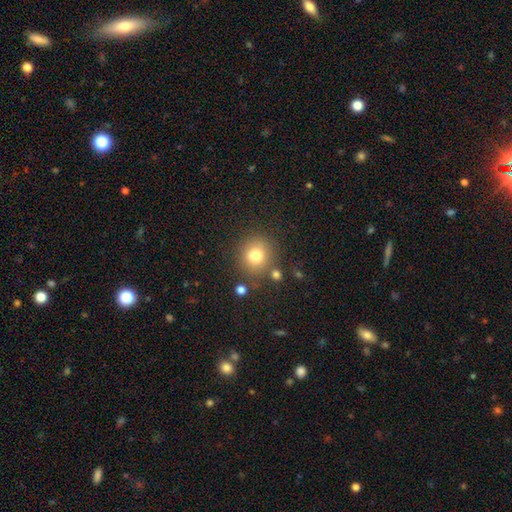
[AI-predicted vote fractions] smooth_or_featured: smooth (p=0.77) [alt: star or artifact p=0.13]
how_rounded: round (p=0.86) [alt: in between p=0.13]
merging: none (p=0.77) [alt: minor disturbance p=0.11]